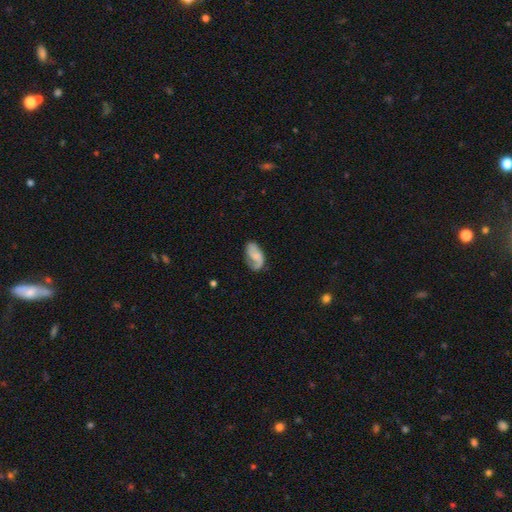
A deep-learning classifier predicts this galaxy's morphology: type=featured or disk (59%); edge-on=no (97%); bar=no (58%); spiral arms=yes (90%); winding=medium (40%); arm count=2 (65%); bulge=none (50%); merging=none (64%).